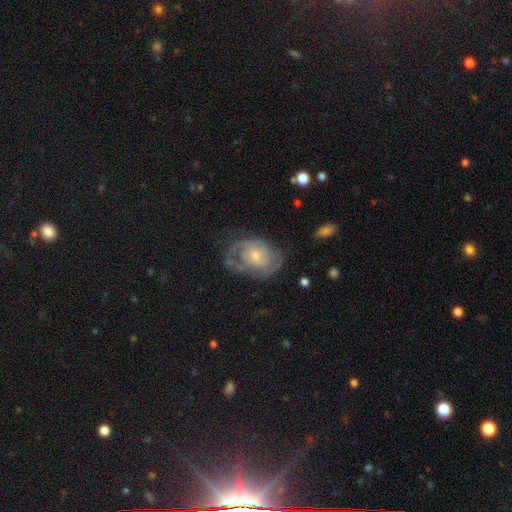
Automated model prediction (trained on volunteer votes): A featured or disk galaxy (73%) with no bar (68%), 2 (39%) tight (47%) spiral arms (83%) and a small central bulge (53%). Merging: none (54%).